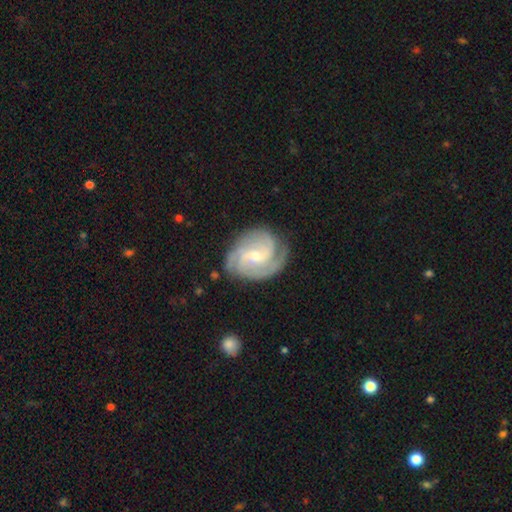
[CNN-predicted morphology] smooth-or-featured: featured or disk: 90% | smooth: 6% | star or artifact: 4%
  disk-edge-on: no: 98% | yes: 2%
    bar: weak: 46% | no: 37% | strong: 16%
    has-spiral-arms: yes: 98% | no: 2%
      spiral-winding: tight: 56% | medium: 37% | loose: 7%
      spiral-arm-count: 3: 47% | 2: 20% | 4: 12% | can't tell: 12% | 1: 5% | more than 4: 5%
    bulge-size: small: 59% | moderate: 39% | large: 1% | none: 1% | dominant: 1%
  merging: none: 76% | minor disturbance: 17% | major disturbance: 5% | merger: 1%